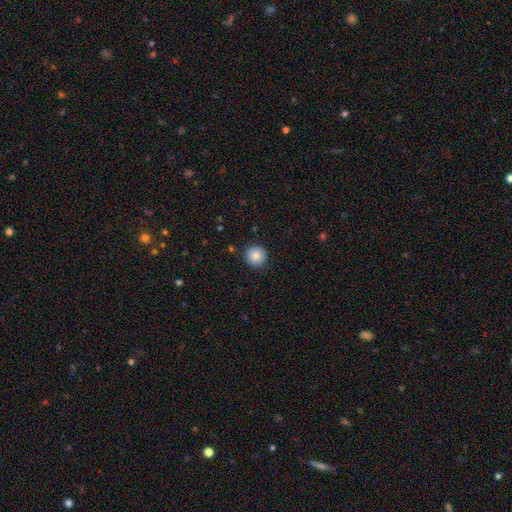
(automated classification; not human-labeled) Morphology: type=smooth (82%); roundness=round (96%); merging=none (91%).